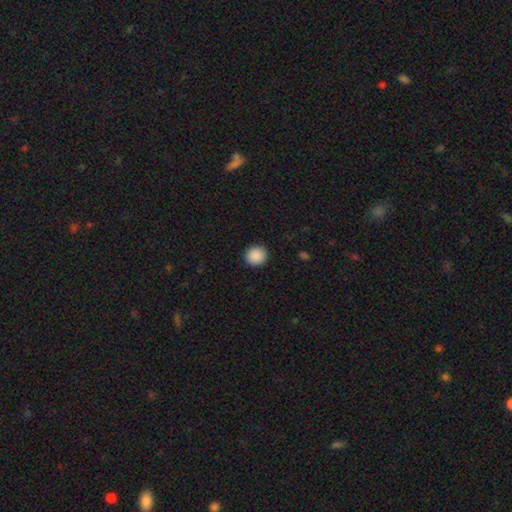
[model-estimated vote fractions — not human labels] smooth 90%, star or artifact 8%, featured or disk 2%. Down the decision tree: how rounded — round (91%); merging — none (92%).